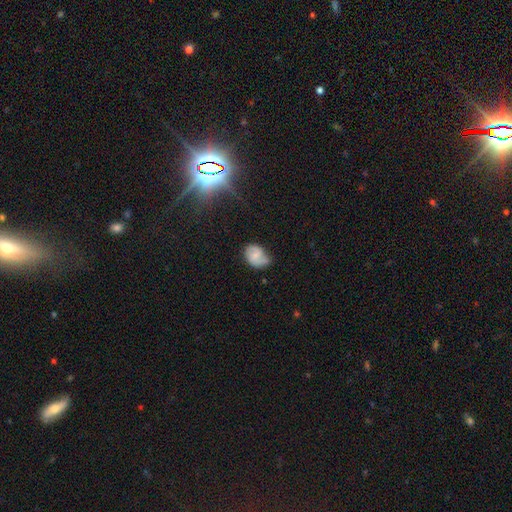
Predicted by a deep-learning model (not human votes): smooth 49%, featured or disk 42%, star or artifact 9%. Down the decision tree: merging — none (47%).